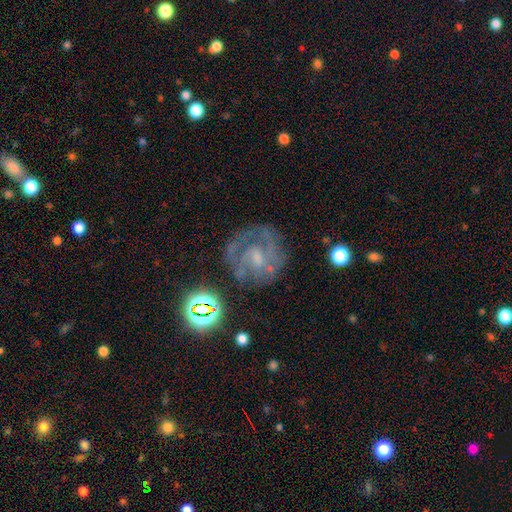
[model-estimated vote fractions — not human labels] A featured or disk galaxy (68%) with a weak bar (44%), 2 (38%) tight (53%) spiral arms (82%) and a small central bulge (46%).

Vote fractions:
- Smooth or featured? featured or disk: 68% / smooth: 17% / star or artifact: 15%
- Edge-on disk? no: 97% / yes: 3%
- Bar? weak: 44% / no: 43% / strong: 13%
- Spiral arms? yes: 82% / no: 18%
- Spiral winding? tight: 53% / medium: 36% / loose: 11%
- Spiral arm count? 2: 38% / can't tell: 35% / 3: 12% / 1: 8% / 4: 4% / more than 4: 3%
- Bulge size? small: 46% / moderate: 29% / none: 22% / large: 3% / dominant: 1%
- Merging? none: 69% / minor disturbance: 17% / major disturbance: 12% / merger: 3%